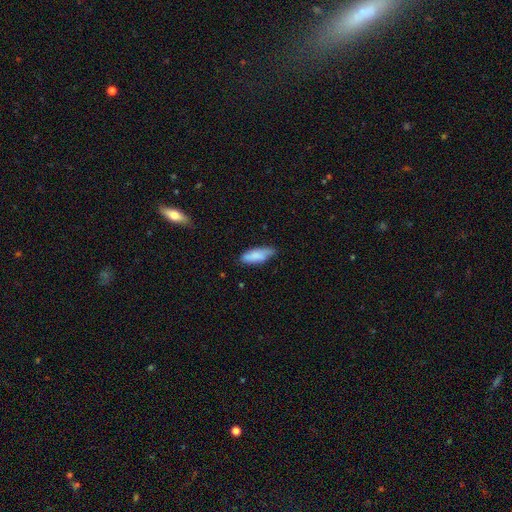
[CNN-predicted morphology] smooth-or-featured: smooth: 82% | featured or disk: 12% | star or artifact: 6%
  how-rounded: in between: 67% | cigar-shaped: 32% | round: 2%
  merging: none: 64% | minor disturbance: 29% | major disturbance: 5% | merger: 2%